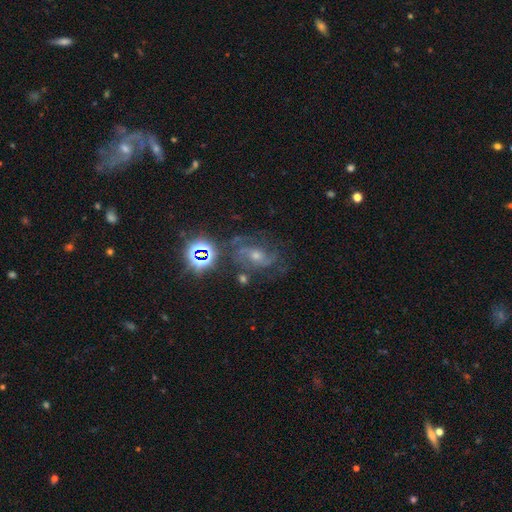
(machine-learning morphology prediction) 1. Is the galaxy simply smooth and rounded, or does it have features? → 64% featured or disk, 22% star or artifact, 14% smooth.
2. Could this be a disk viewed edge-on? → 96% no, 4% yes.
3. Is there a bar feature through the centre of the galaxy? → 58% no, 31% weak, 11% strong.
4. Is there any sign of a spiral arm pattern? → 89% yes, 11% no.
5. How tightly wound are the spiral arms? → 50% medium, 25% tight, 24% loose.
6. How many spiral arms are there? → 54% 2, 20% can't tell, 13% 3, 5% 1, 4% 4, 3% more than 4.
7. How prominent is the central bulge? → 55% moderate, 34% small, 6% large, 3% none, 2% dominant.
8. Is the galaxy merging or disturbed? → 54% none, 21% minor disturbance, 19% major disturbance, 6% merger.